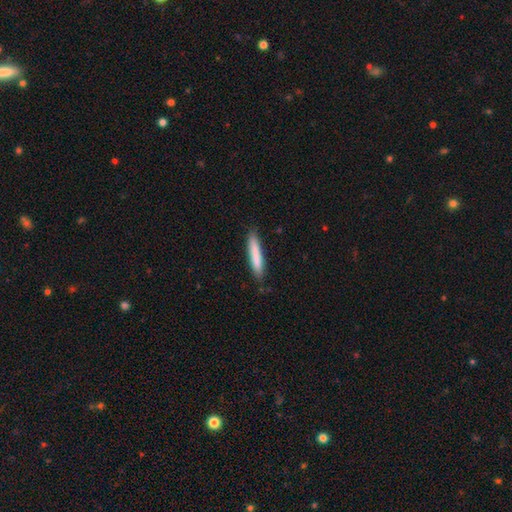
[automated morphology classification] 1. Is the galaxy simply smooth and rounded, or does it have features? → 81% smooth, 13% featured or disk, 6% star or artifact.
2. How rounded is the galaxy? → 92% cigar-shaped, 7% in between, 1% round.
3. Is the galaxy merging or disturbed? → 86% none, 11% minor disturbance, 2% major disturbance, 1% merger.